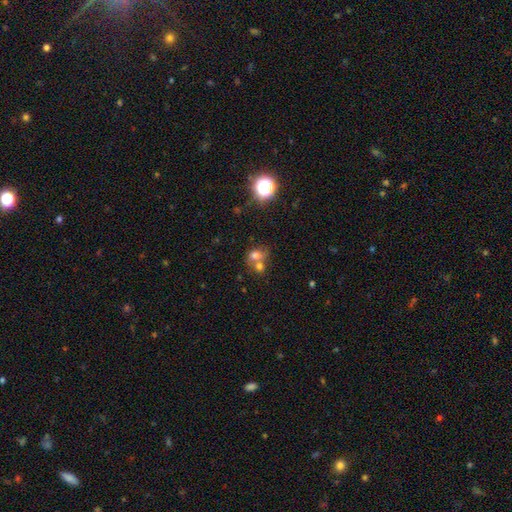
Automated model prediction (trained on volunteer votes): A smooth galaxy with no disk features (68%) that is round (58%). Merging: merger (57%).